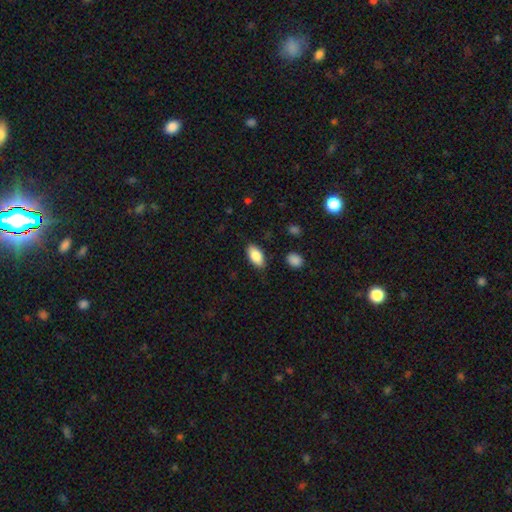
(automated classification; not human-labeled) smooth_or_featured: smooth (p=0.85) [alt: featured or disk p=0.08]
how_rounded: in between (p=0.91) [alt: cigar-shaped p=0.06]
merging: none (p=0.84) [alt: minor disturbance p=0.11]